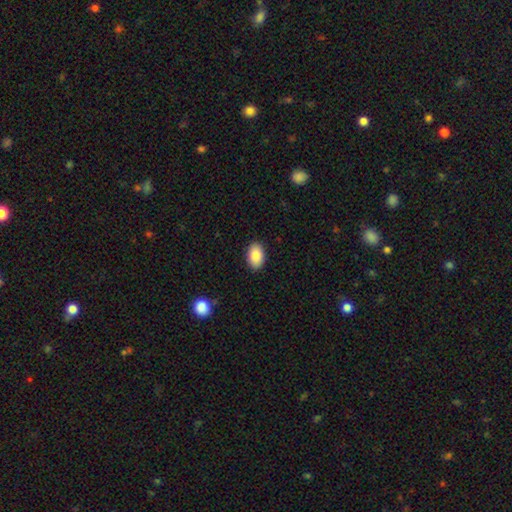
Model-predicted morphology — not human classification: Smooth or featured? Predicted: smooth (p=0.86). How rounded? Predicted: in between (p=0.90). Merging? Predicted: none (p=0.89).